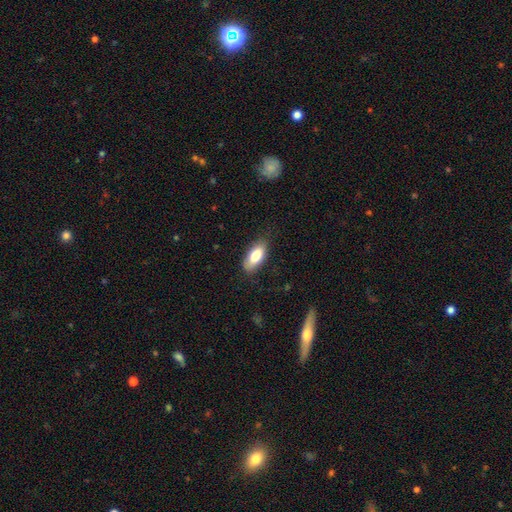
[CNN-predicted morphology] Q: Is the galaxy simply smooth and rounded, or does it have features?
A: smooth — 79%.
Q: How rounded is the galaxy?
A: in between — 86%.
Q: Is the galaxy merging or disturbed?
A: none — 79%.